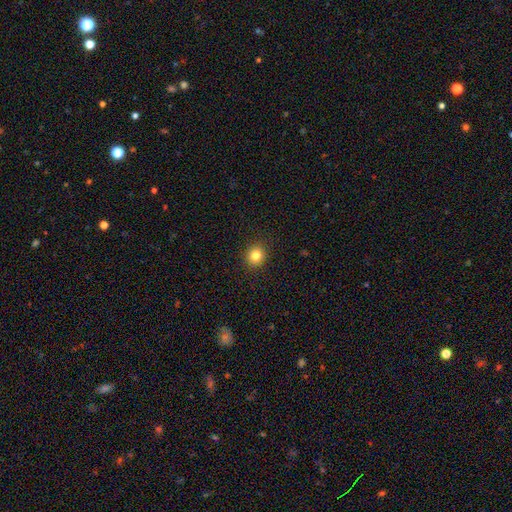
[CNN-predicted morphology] type=smooth (82%); roundness=round (86%); merging=none (92%).